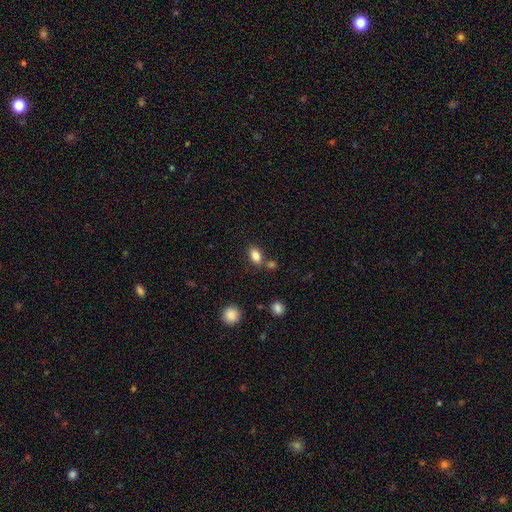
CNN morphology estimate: Smooth or featured: smooth — 84% (star or artifact — 10%)
How rounded: in between — 85% (round — 12%)
Merging: none — 71% (merger — 13%)